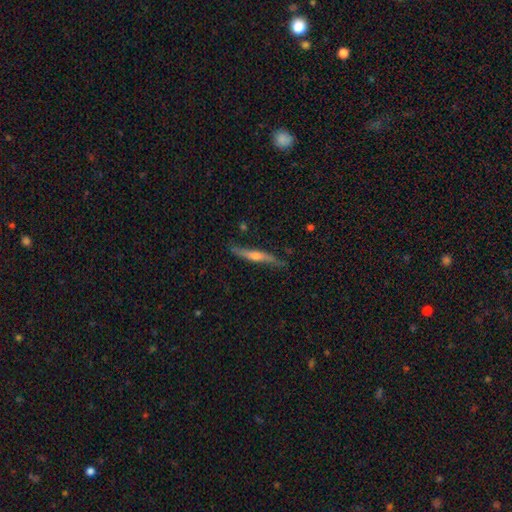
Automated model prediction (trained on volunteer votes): Overall: featured or disk (72%). Edge-on disk: yes (92%). Edge-on bulge: rounded (87%). Merging: none (80%).